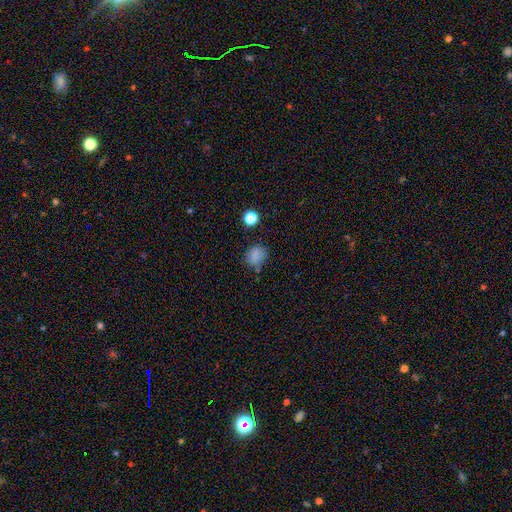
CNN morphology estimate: This is clearly a smooth galaxy (80%). How rounded: possibly round (59%). Merging: likely none (70%).